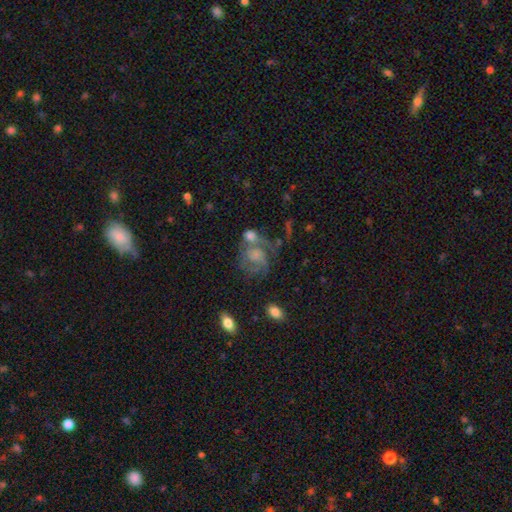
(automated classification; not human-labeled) A featured or disk galaxy (62%) with no bar (74%), spiral arms (81%) and no central bulge (32%). Merging: none (35%).